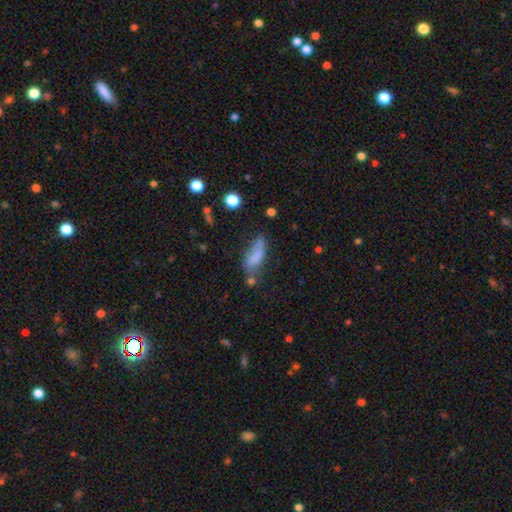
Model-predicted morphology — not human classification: smooth 69%, featured or disk 20%, star or artifact 11%. Down the decision tree: how rounded — in between (71%); merging — none (38%).